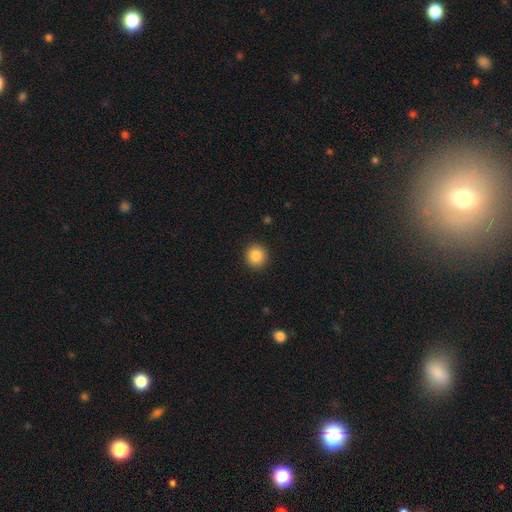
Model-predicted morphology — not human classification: A smooth galaxy with no disk features (85%) that is round (92%). Merging: none (92%).